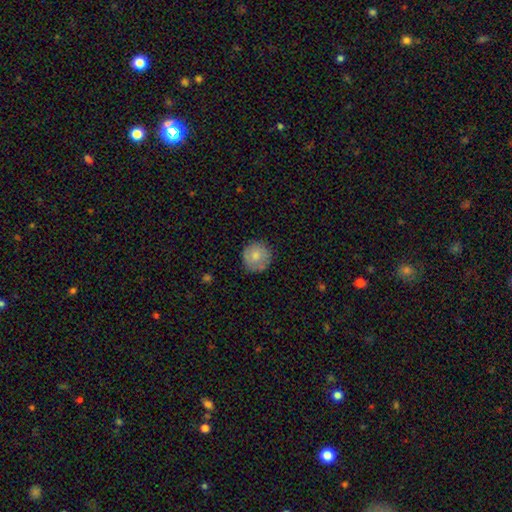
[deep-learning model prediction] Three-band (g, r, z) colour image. It shows a smooth galaxy with no disk features (79%) that is round (95%). Merging: none (84%).